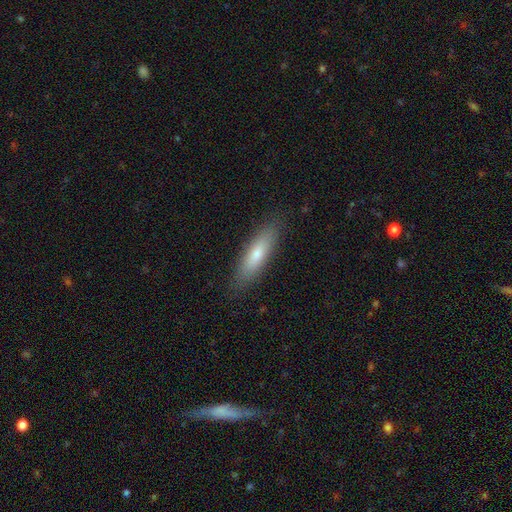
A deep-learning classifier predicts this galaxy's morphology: Overall: smooth (71%). How rounded: cigar-shaped (68%; in between 30%). Merging: none (87%).